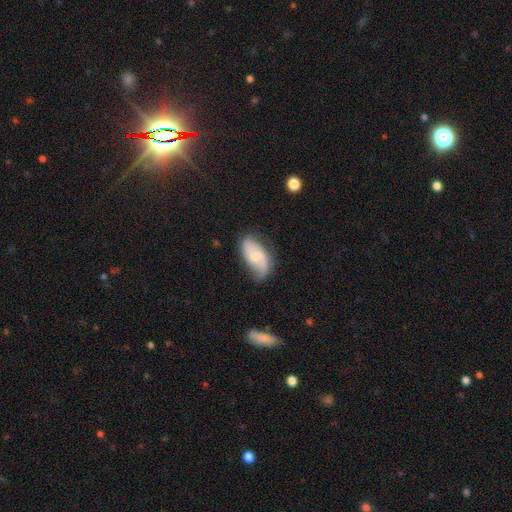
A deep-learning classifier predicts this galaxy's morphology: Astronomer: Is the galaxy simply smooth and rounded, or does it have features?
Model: featured or disk — 52% (runner-up: smooth, 40%).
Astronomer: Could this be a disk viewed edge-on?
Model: no — 95%.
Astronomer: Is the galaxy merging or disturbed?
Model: none — 55%.